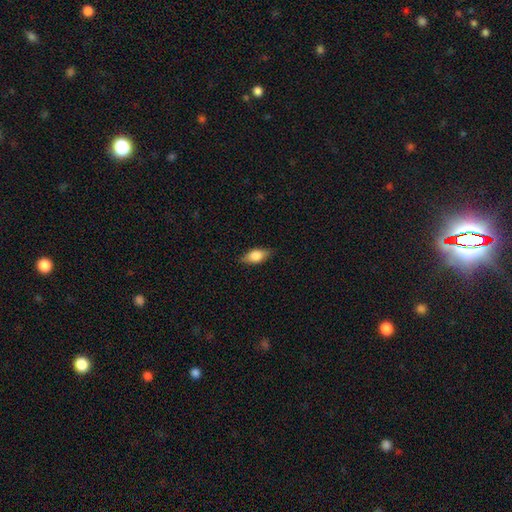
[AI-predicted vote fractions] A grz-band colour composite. It shows a smooth galaxy with no disk features (72%) that is in between round and cigar-shaped (84%). Merging: none (84%).